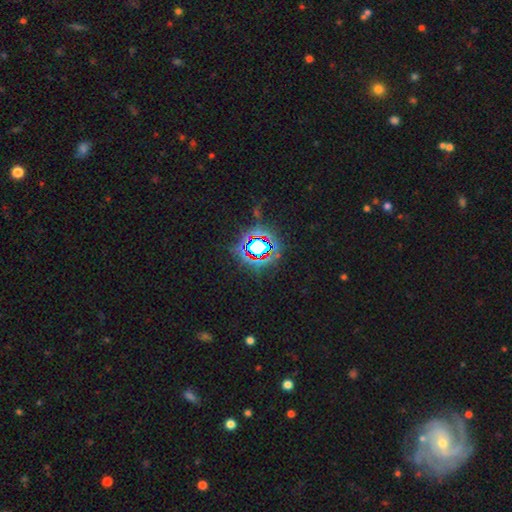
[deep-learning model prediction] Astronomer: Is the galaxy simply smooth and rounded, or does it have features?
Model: star or artifact — 76%.